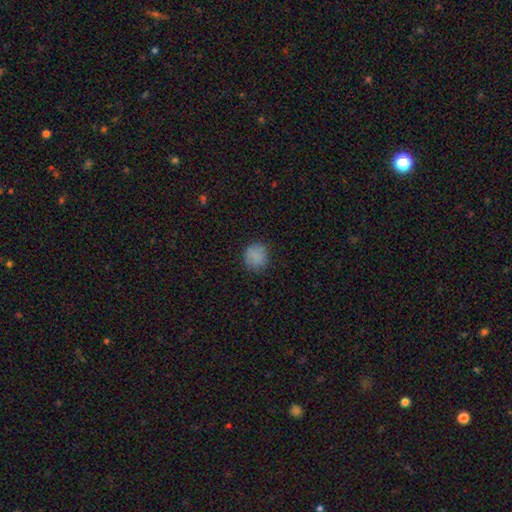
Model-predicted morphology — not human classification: This appears to be a smooth galaxy with no disk features (84%) that is round (84%). Merging: none (81%).